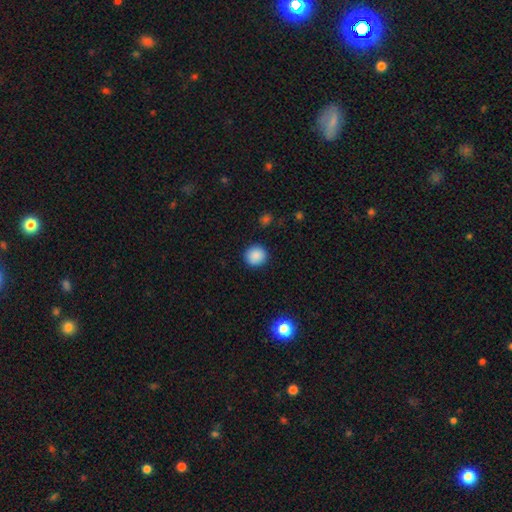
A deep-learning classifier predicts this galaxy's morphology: The model was most divided on "smooth or featured": smooth: 88%, star or artifact: 9%, featured or disk: 3%. More confident: merging — none (90%); how rounded — round (90%).